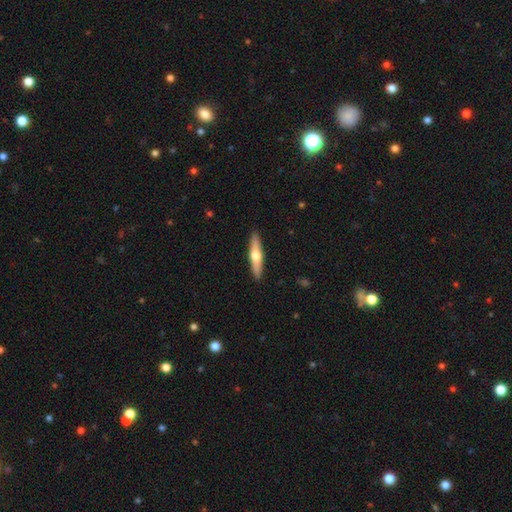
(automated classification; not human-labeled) This appears to be a featured or disk galaxy (54%) viewed edge-on (95%) with a rounded central bulge (94%). Merging: none (91%).